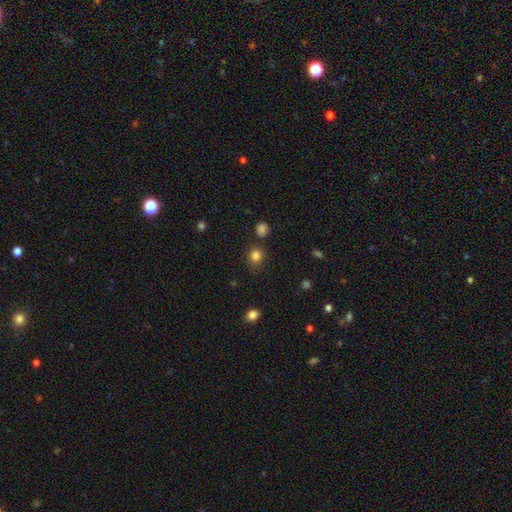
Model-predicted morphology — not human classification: The model was most divided on "how rounded": round: 70%, in between: 30%, cigar-shaped: 1%. More confident: smooth or featured — smooth (83%); merging — none (75%).